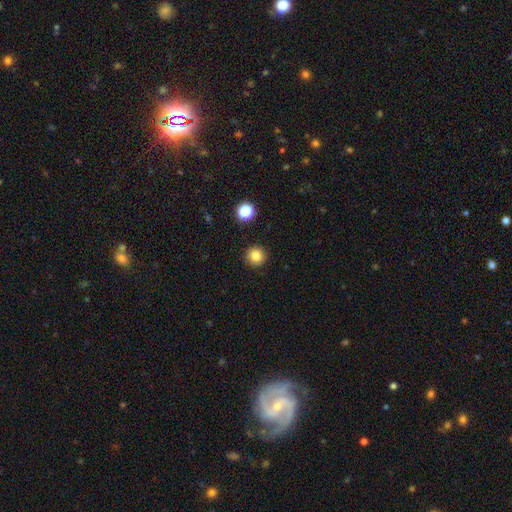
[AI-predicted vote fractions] Smooth or featured?
  - smooth: 84% *
  - star or artifact: 11%
  - featured or disk: 5%
How rounded?
  - round: 95% *
  - in between: 4%
  - cigar-shaped: 1%
Merging?
  - none: 92% *
  - minor disturbance: 5%
  - major disturbance: 2%
  - merger: 1%